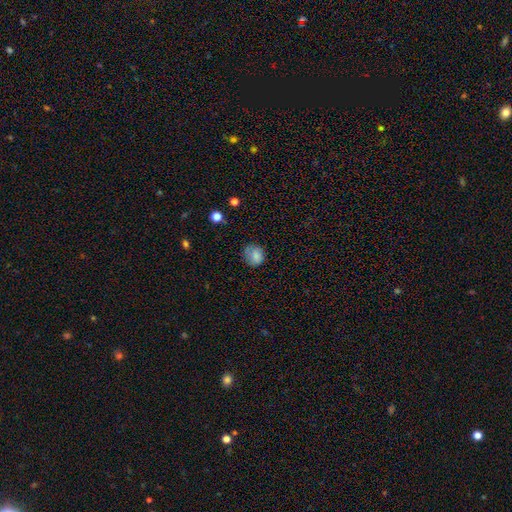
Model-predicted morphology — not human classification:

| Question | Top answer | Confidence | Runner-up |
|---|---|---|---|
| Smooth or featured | smooth | 82% | star or artifact (10%) |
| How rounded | round | 75% | in between (24%) |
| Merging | none | 65% | minor disturbance (24%) |